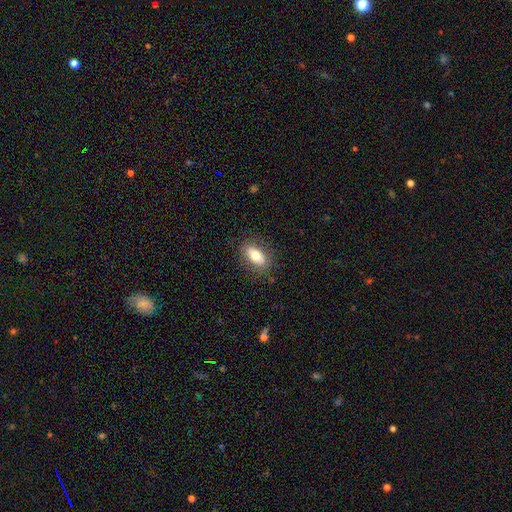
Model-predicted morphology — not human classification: smooth_or_featured: smooth (p=0.74) [alt: featured or disk p=0.19]
how_rounded: in between (p=0.87) [alt: cigar-shaped p=0.07]
merging: none (p=0.83) [alt: minor disturbance p=0.12]